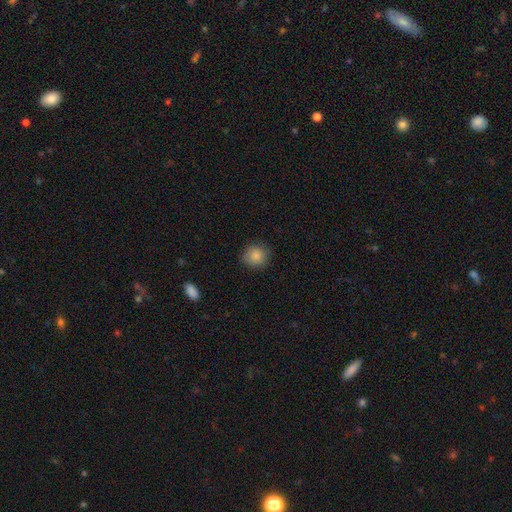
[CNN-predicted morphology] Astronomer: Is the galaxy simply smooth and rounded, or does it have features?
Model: smooth — 85%.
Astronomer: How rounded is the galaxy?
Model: round — 88%.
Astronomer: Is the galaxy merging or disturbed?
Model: none — 86%.